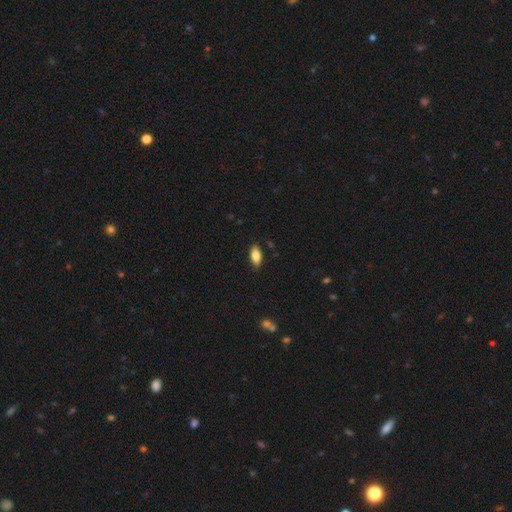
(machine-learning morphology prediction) Overall: smooth (82%). How rounded: in between (87%). Merging: none (87%).